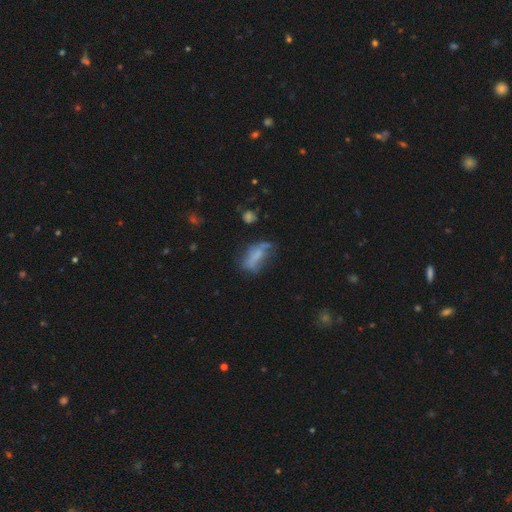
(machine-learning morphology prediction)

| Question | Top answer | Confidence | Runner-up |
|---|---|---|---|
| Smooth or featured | smooth | 52% | featured or disk (34%) |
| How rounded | in between | 81% | cigar-shaped (14%) |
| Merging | none | 35% | minor disturbance (28%) |